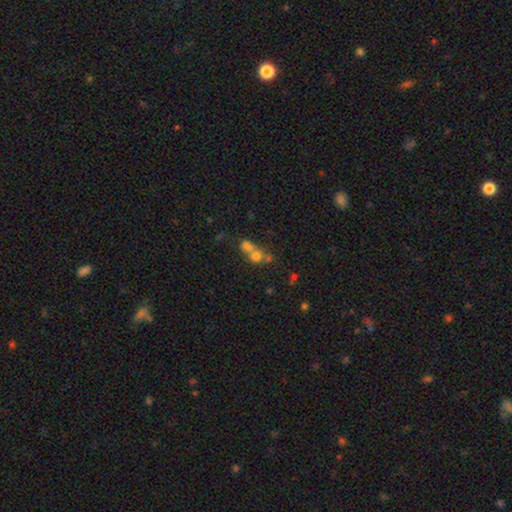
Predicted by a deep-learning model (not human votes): A smooth galaxy with no disk features (64%) that is round (77%). Merging: merger (59%).